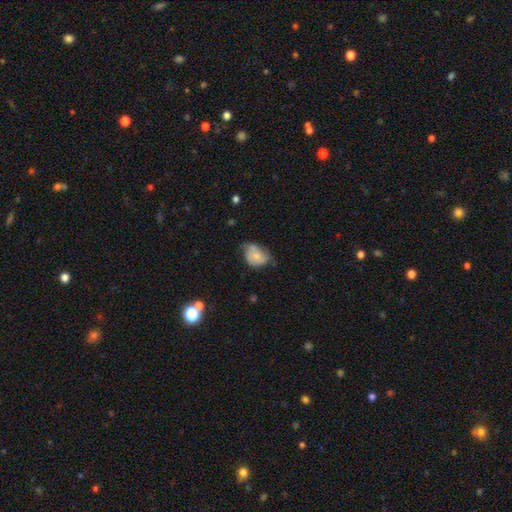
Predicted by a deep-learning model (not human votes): A smooth galaxy with no disk features (59%) that is in between round and cigar-shaped (65%). Merging: minor disturbance (42%).